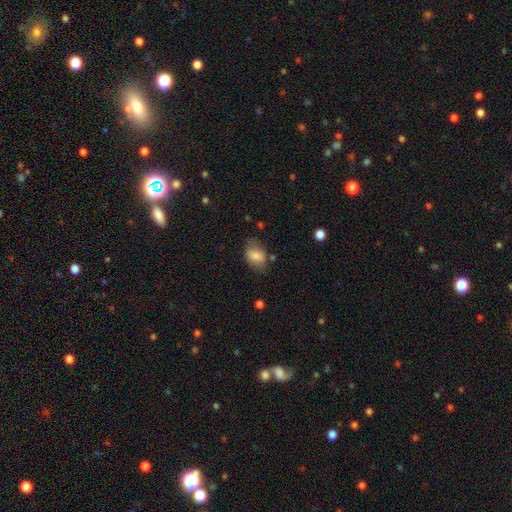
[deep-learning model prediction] Smooth or featured: smooth — 76% (featured or disk — 16%)
How rounded: in between — 82% (round — 16%)
Merging: none — 65% (minor disturbance — 23%)